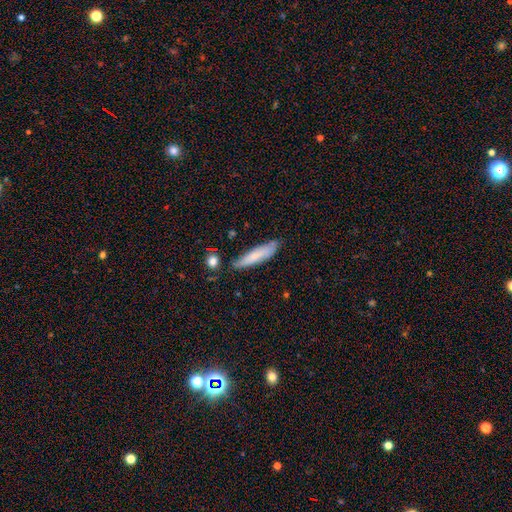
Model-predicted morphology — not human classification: A smooth galaxy with no disk features (68%) that is cigar-shaped (77%).

Vote fractions:
- Smooth or featured? smooth: 68% / featured or disk: 26% / star or artifact: 6%
- How rounded? cigar-shaped: 77% / in between: 22% / round: 2%
- Merging? none: 74% / minor disturbance: 19% / merger: 3% / major disturbance: 3%